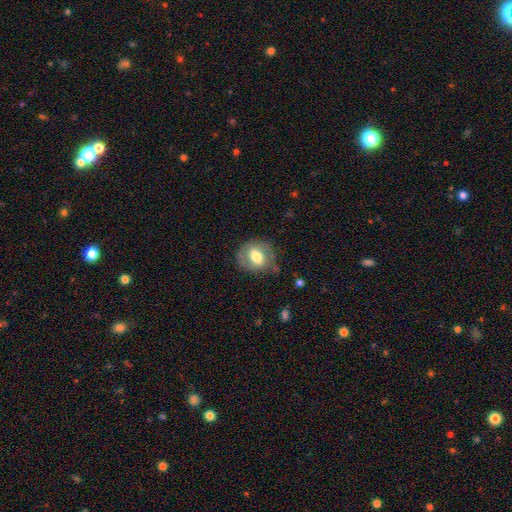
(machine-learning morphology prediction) smooth-or-featured: smooth: 60% | featured or disk: 33% | star or artifact: 7%
  how-rounded: round: 59% | in between: 40% | cigar-shaped: 1%
  merging: none: 70% | minor disturbance: 20% | major disturbance: 8% | merger: 2%